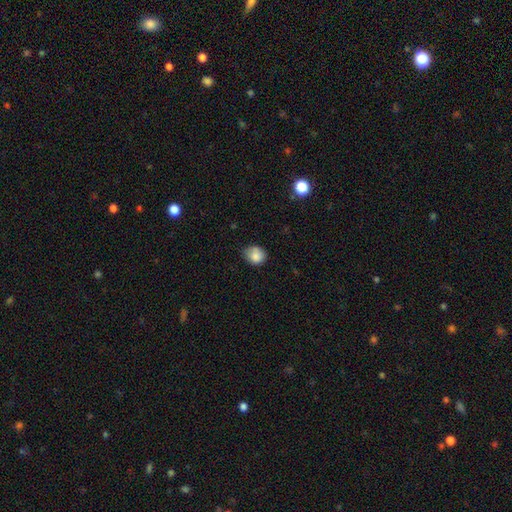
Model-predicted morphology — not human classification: Q: Smooth or featured?
A: smooth (84%); runner-up: star or artifact (9%)
Q: How rounded?
A: round (63%); runner-up: in between (36%)
Q: Merging?
A: none (60%); runner-up: minor disturbance (31%)